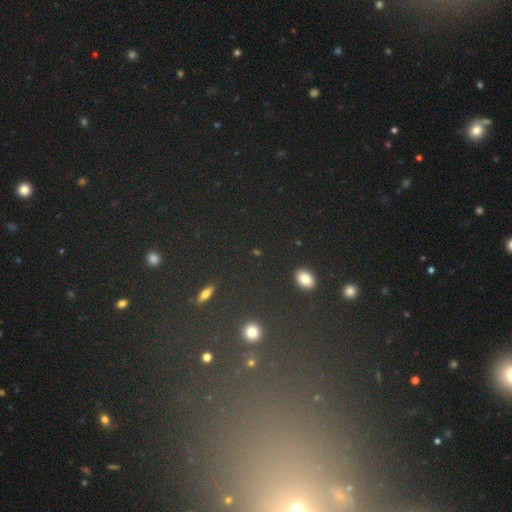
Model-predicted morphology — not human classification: This is likely a star or artifact rather than a galaxy (69%).